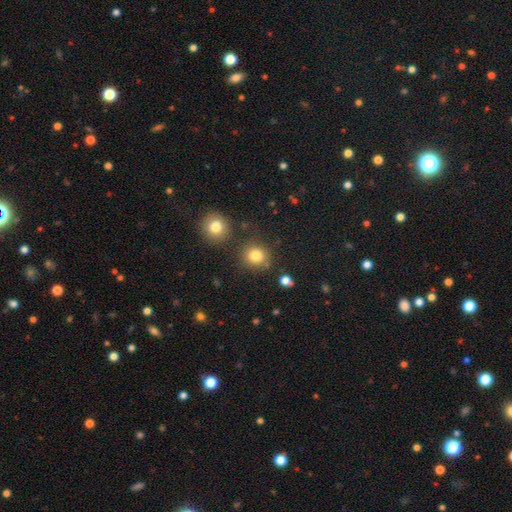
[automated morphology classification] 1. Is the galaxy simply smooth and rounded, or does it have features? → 81% smooth, 13% star or artifact, 6% featured or disk.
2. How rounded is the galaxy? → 85% round, 14% in between, 1% cigar-shaped.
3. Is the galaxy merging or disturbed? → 78% none, 10% minor disturbance, 8% merger, 4% major disturbance.